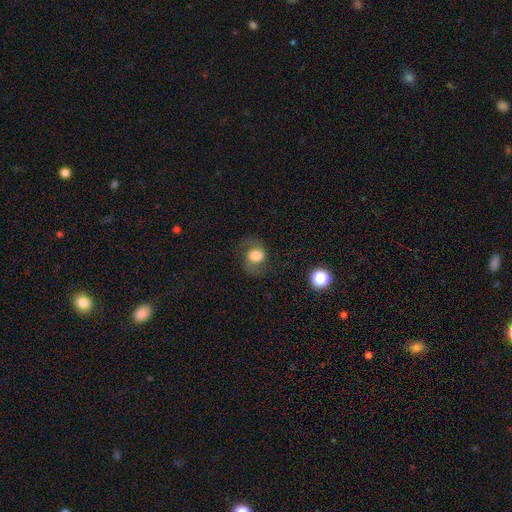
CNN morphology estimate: A smooth galaxy with no disk features (53%) that is round (59%). Merging: none (62%).